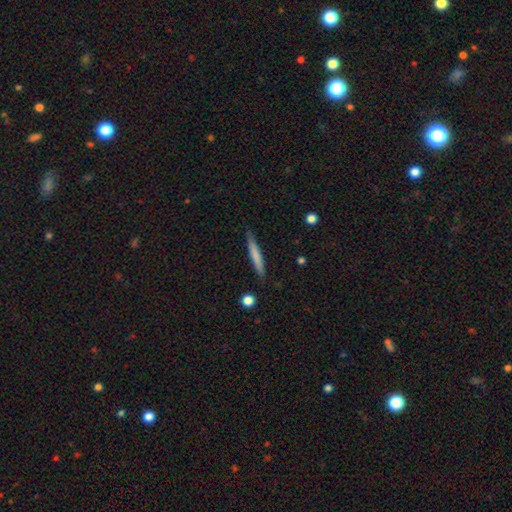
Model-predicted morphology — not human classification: Smooth or featured: smooth — 69% (featured or disk — 25%)
How rounded: cigar-shaped — 96% (in between — 3%)
Merging: none — 86% (minor disturbance — 10%)